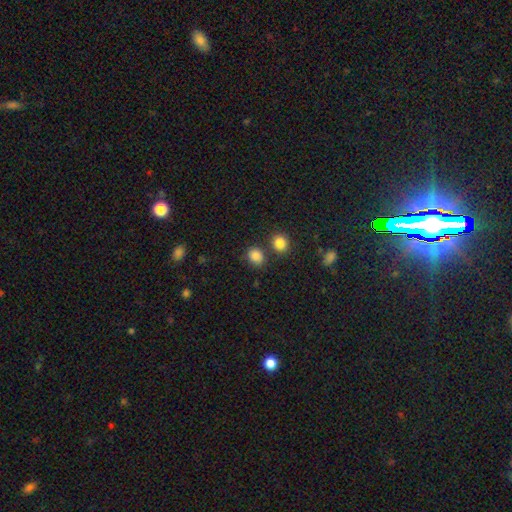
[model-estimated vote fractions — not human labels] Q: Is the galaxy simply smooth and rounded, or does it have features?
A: smooth — 85%.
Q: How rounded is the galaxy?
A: round — 61%.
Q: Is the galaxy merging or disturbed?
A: none — 73%.